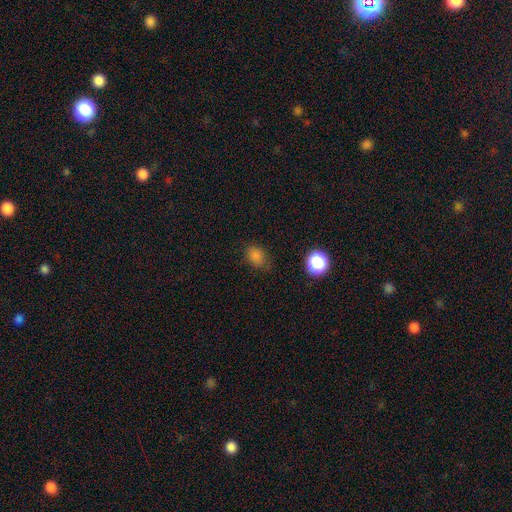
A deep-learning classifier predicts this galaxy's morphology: This appears to be a smooth galaxy with no disk features (79%) that is in between round and cigar-shaped (59%). Merging: none (71%).